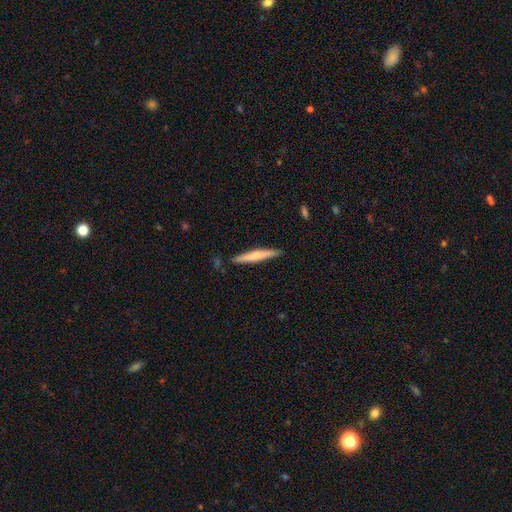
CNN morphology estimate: smooth_or_featured: smooth (p=0.60) [alt: featured or disk p=0.35]
how_rounded: cigar-shaped (p=0.95) [alt: in between p=0.04]
merging: none (p=0.87) [alt: minor disturbance p=0.09]